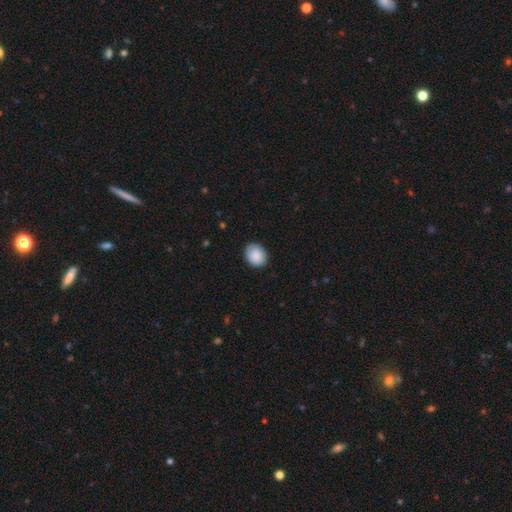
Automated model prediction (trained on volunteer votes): This is clearly a smooth galaxy (88%). How rounded: possibly round (52%). Merging: clearly none (81%).